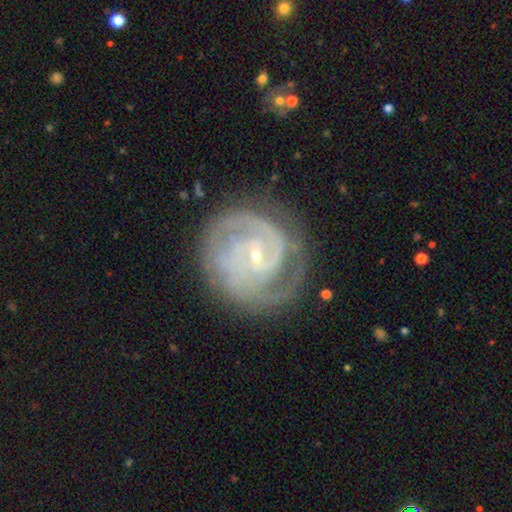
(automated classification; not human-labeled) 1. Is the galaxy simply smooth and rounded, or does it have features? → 87% featured or disk, 7% smooth, 6% star or artifact.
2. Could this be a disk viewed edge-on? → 98% no, 2% yes.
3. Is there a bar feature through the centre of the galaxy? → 49% no, 39% weak, 12% strong.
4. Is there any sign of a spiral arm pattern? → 96% yes, 4% no.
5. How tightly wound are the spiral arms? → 66% tight, 29% medium, 6% loose.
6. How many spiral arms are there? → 36% 2, 23% can't tell, 22% 3, 8% 4, 6% 1, 5% more than 4.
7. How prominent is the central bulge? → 83% small, 13% moderate, 2% none, 1% large, 1% dominant.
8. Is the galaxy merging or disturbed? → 72% none, 17% minor disturbance, 9% major disturbance, 2% merger.